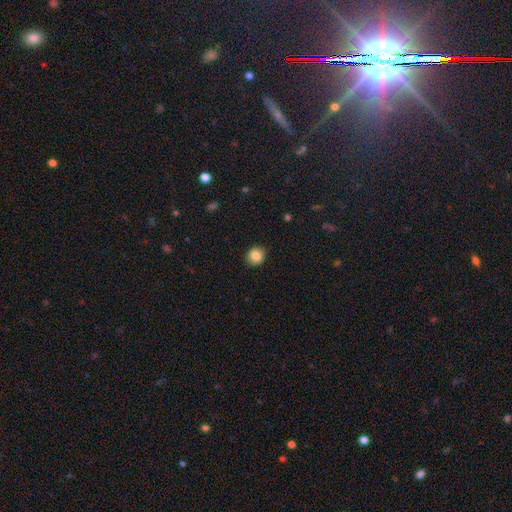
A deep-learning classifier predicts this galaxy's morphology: Smooth or featured? smooth (86%)
How rounded? round (79%)
Merging? none (89%)